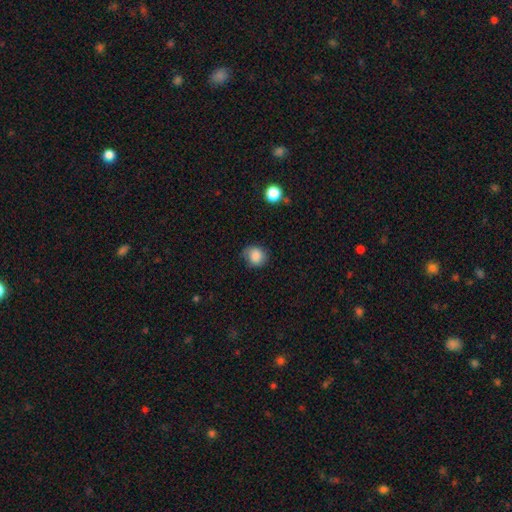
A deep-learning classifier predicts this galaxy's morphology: Smooth or featured? Predicted: smooth (p=0.82). How rounded? Predicted: round (p=0.73). Merging? Predicted: none (p=0.64).